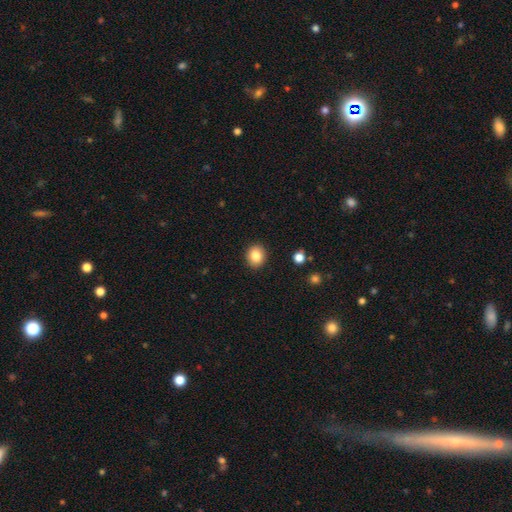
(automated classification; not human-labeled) This appears to be a smooth galaxy with no disk features (84%) that is round (71%). Merging: none (91%).